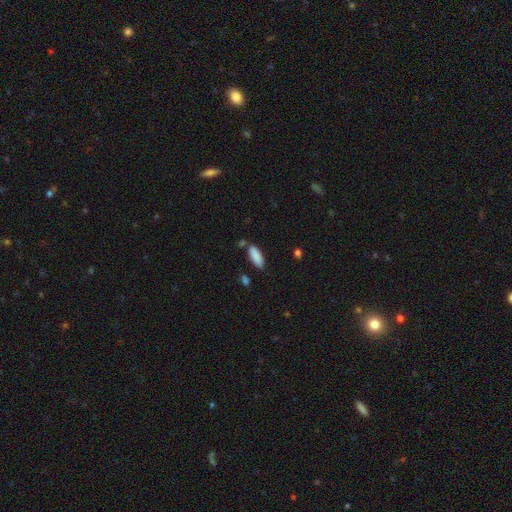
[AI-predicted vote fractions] Smooth or featured: smooth — 88% (star or artifact — 6%)
How rounded: in between — 72% (cigar-shaped — 26%)
Merging: none — 76% (minor disturbance — 14%)